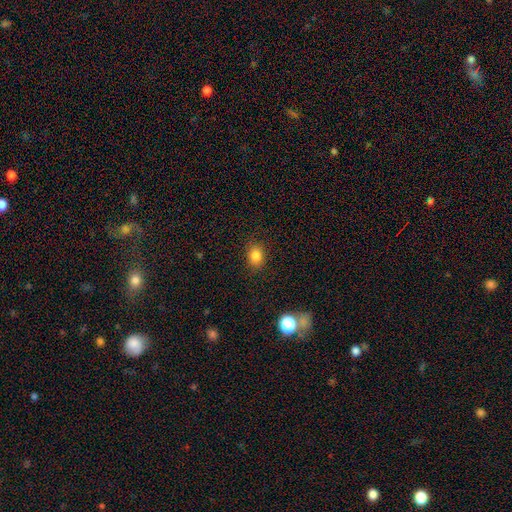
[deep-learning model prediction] Morphology: type=smooth (83%); roundness=in between (59%); merging=none (87%).